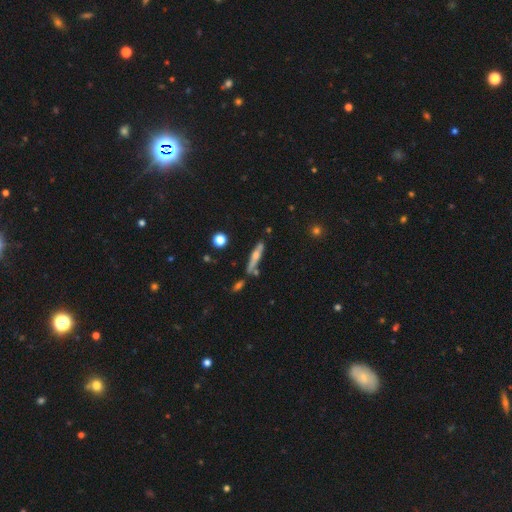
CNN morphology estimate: smooth-or-featured: featured or disk: 54% | smooth: 39% | star or artifact: 7%
  disk-edge-on: yes: 91% | no: 9%
  merging: none: 72% | minor disturbance: 15% | merger: 10% | major disturbance: 3%